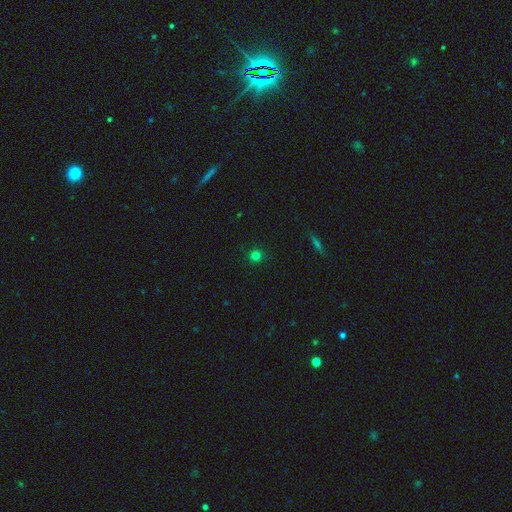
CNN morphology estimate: smooth 78%, star or artifact 18%, featured or disk 5%. Down the decision tree: how rounded — round (94%); merging — none (91%).